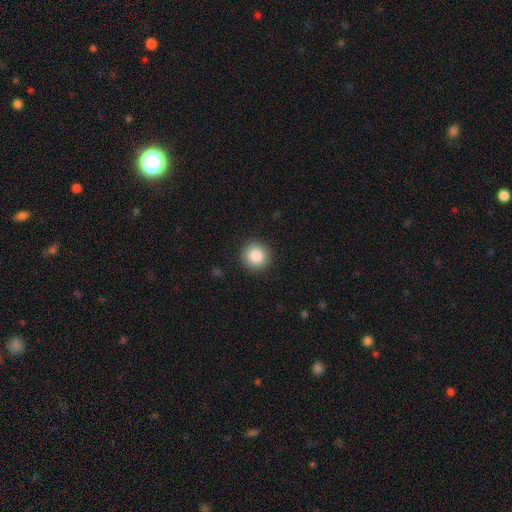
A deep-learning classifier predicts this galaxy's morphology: smooth_or_featured: smooth (p=0.87) [alt: star or artifact p=0.09]
how_rounded: round (p=0.94) [alt: in between p=0.05]
merging: none (p=0.91) [alt: minor disturbance p=0.06]